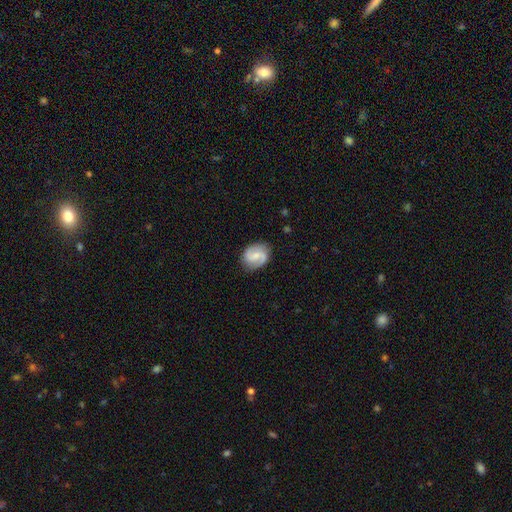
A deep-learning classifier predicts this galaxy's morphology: type=featured or disk (74%); edge-on=no (98%); bar=weak (51%); spiral arms=yes (95%); winding=medium (47%); arm count=2 (90%); bulge=small (47%); merging=none (81%).